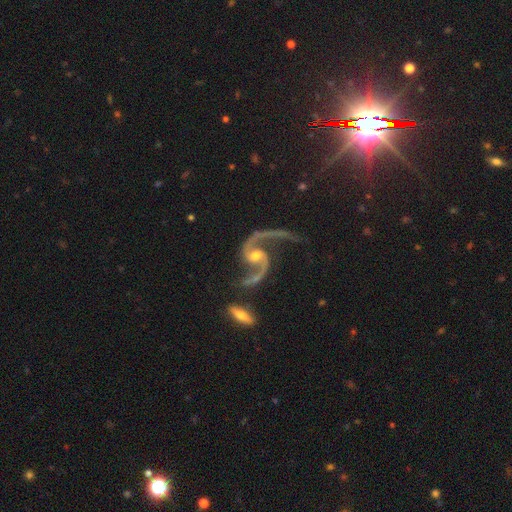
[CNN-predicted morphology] The model was most divided on "bar": no: 48%, weak: 39%, strong: 13%. More confident: spiral arms — yes (98%); edge-on disk — no (98%); spiral arm count — 2 (94%); smooth or featured — featured or disk (93%); spiral winding — loose (66%); merging — none (61%); bulge size — moderate (58%).